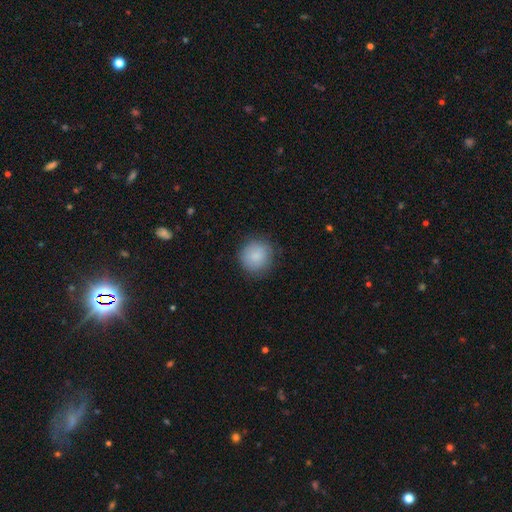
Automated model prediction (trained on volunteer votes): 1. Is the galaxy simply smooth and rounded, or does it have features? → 86% smooth, 7% star or artifact, 7% featured or disk.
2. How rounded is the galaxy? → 91% round, 8% in between, 1% cigar-shaped.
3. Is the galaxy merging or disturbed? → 83% none, 12% minor disturbance, 3% major disturbance, 1% merger.